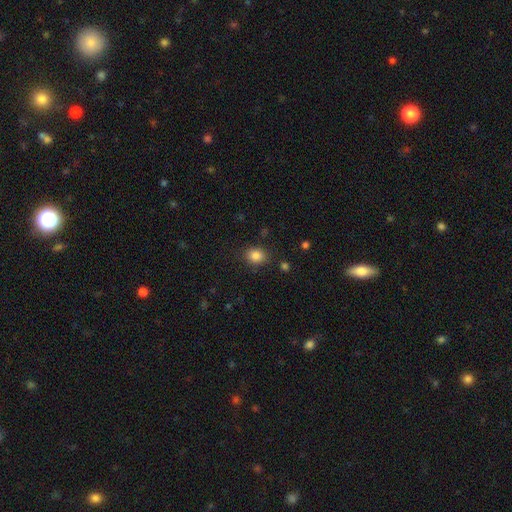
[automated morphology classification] Overall: smooth (85%). How rounded: round (53%; in between 46%). Merging: none (84%).